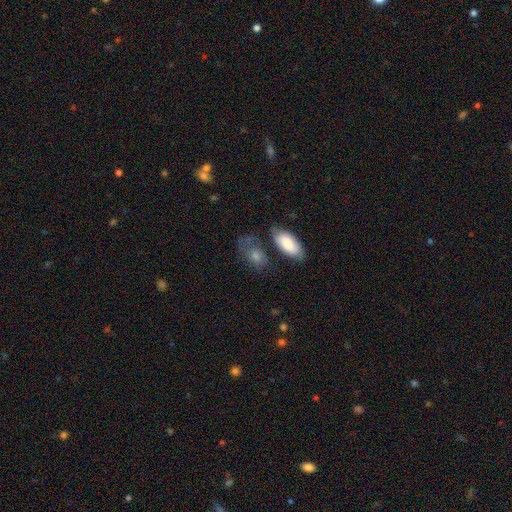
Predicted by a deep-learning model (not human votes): Q: Smooth or featured?
A: smooth (69%); runner-up: featured or disk (19%)
Q: How rounded?
A: in between (79%); runner-up: round (15%)
Q: Merging?
A: none (48%); runner-up: minor disturbance (20%)